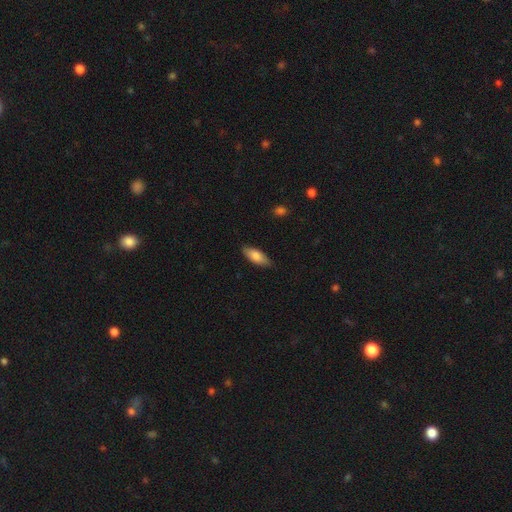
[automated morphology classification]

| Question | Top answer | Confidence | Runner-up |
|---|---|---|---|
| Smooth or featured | smooth | 80% | featured or disk (14%) |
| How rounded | in between | 76% | cigar-shaped (22%) |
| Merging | none | 84% | minor disturbance (13%) |